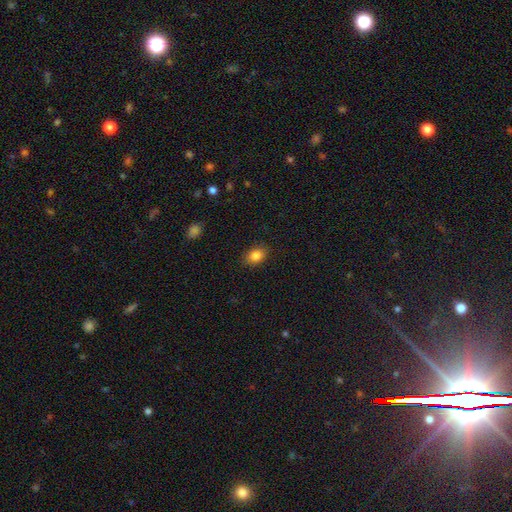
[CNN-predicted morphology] A smooth galaxy with no disk features (85%) that is in between round and cigar-shaped (71%).

Vote fractions:
- Smooth or featured? smooth: 85% / star or artifact: 9% / featured or disk: 6%
- How rounded? in between: 71% / round: 28% / cigar-shaped: 1%
- Merging? none: 87% / minor disturbance: 10% / major disturbance: 2% / merger: 1%